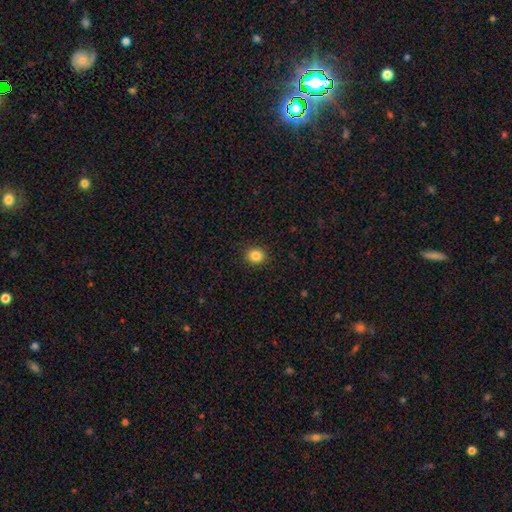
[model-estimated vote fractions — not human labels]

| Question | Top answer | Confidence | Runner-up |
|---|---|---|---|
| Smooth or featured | smooth | 85% | star or artifact (11%) |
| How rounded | round | 77% | in between (22%) |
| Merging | none | 91% | minor disturbance (6%) |